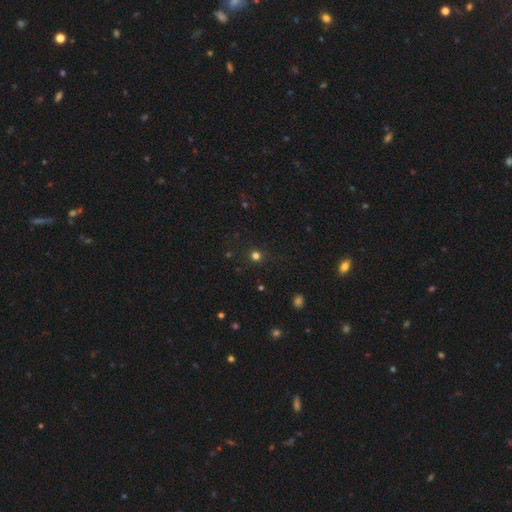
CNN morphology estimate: Smooth or featured? Predicted: smooth (p=0.72). How rounded? Predicted: round (p=0.93). Merging? Predicted: none (p=0.89).